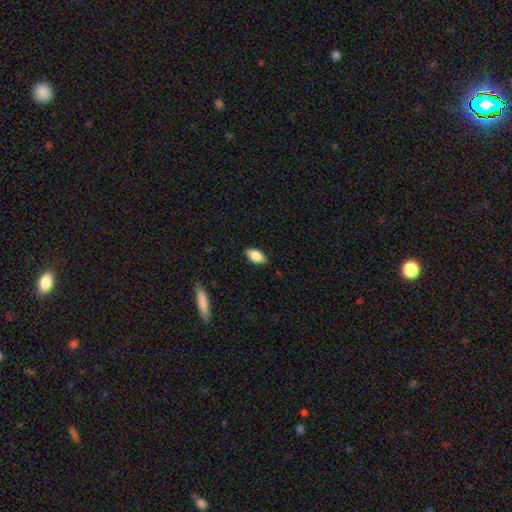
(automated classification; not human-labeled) The model was most divided on "smooth or featured": smooth: 81%, featured or disk: 13%, star or artifact: 7%. More confident: how rounded — in between (89%); merging — none (85%).